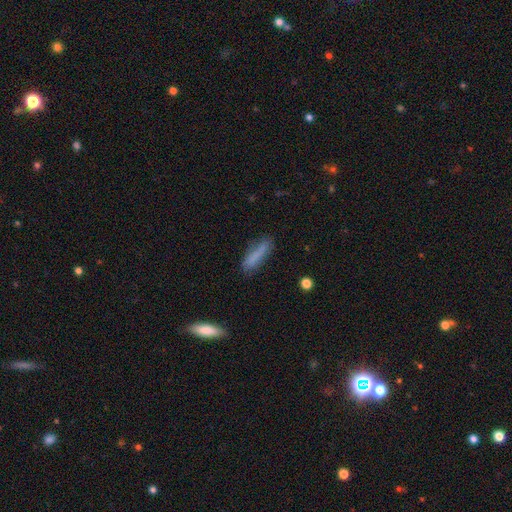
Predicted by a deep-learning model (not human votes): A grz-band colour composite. It shows a smooth galaxy with no disk features (80%) that is cigar-shaped (76%). Merging: none (74%).